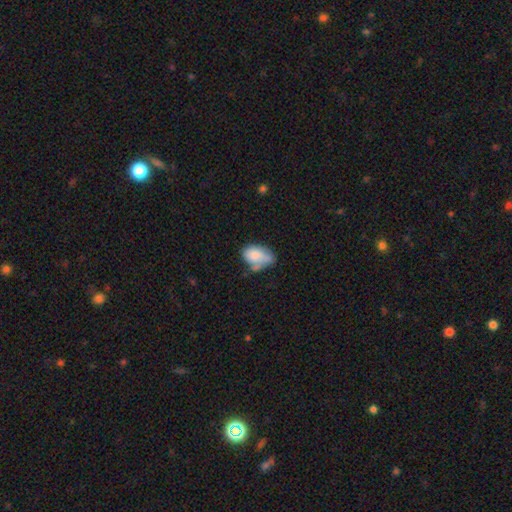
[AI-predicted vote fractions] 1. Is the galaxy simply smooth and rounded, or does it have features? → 74% smooth, 18% featured or disk, 8% star or artifact.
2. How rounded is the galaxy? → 88% in between, 10% round, 2% cigar-shaped.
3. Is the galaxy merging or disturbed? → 34% none, 33% minor disturbance, 17% merger, 16% major disturbance.